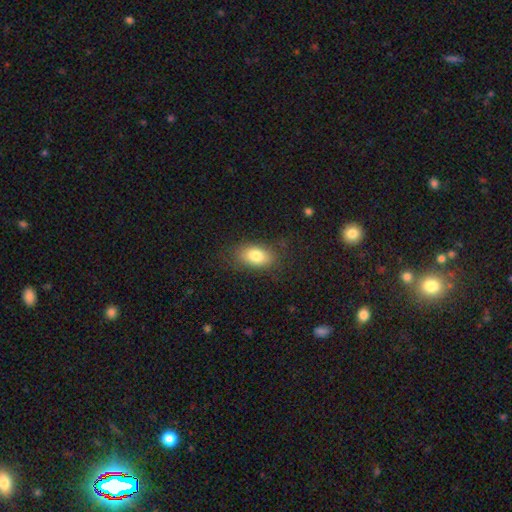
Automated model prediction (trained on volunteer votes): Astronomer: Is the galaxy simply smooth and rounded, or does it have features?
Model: smooth — 81%.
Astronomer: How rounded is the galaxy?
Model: in between — 88%.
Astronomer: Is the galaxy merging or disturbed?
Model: none — 80%.